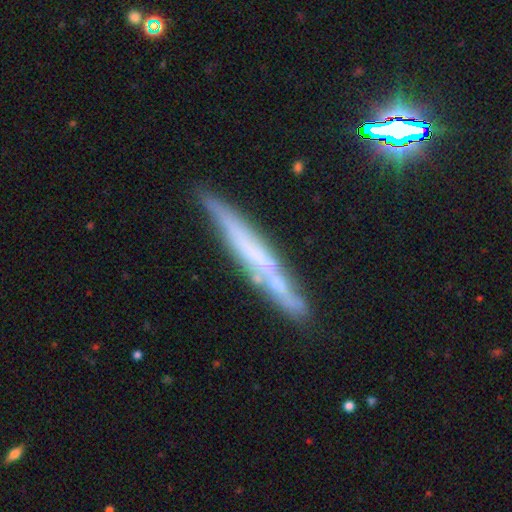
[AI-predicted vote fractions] Smooth or featured?
  - featured or disk: 58% *
  - smooth: 32%
  - star or artifact: 10%
Edge-on disk?
  - yes: 91% *
  - no: 9%
Edge-on bulge?
  - none: 78% *
  - rounded: 13%
  - boxy: 9%
Merging?
  - none: 77% *
  - minor disturbance: 16%
  - merger: 4%
  - major disturbance: 3%